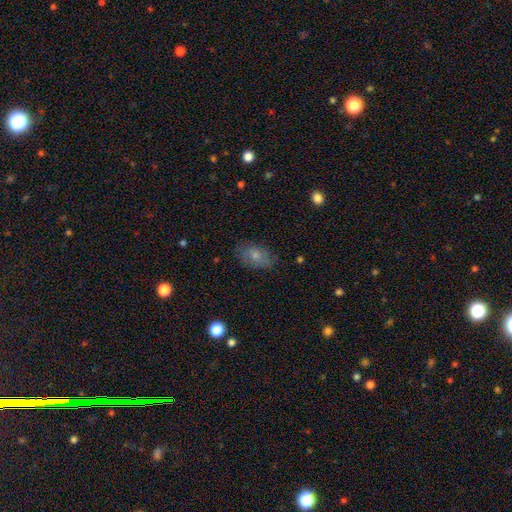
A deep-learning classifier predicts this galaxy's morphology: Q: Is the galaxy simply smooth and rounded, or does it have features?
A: smooth — 71%.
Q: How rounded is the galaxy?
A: in between — 88%.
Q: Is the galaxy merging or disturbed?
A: none — 76%.